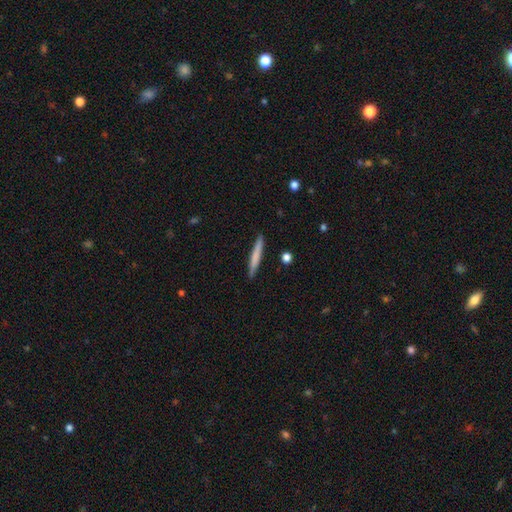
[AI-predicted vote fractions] This is likely a smooth galaxy (71%). How rounded: clearly cigar-shaped (96%). Merging: clearly none (90%).